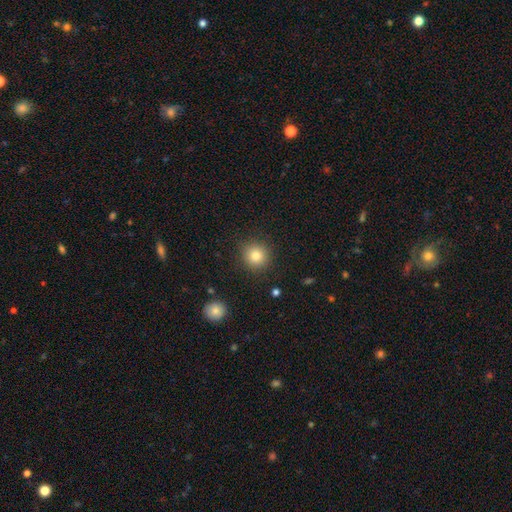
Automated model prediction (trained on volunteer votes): Morphology: type=smooth (82%); roundness=round (92%); merging=none (89%).